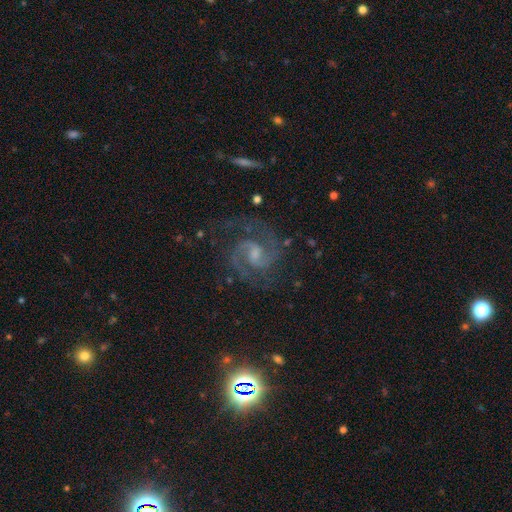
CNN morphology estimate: The model was most divided on "bulge size": small: 46%, moderate: 32%, none: 17%, large: 3%, dominant: 1%. More confident: spiral arms — yes (99%); edge-on disk — no (98%); spiral arm count — 2 (91%); smooth or featured — featured or disk (89%); merging — none (79%); spiral winding — medium (62%); bar — weak (56%).